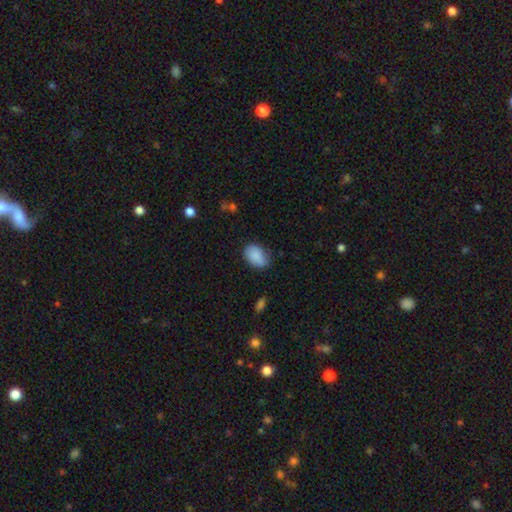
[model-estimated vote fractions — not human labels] smooth 86%, star or artifact 7%, featured or disk 6%. Down the decision tree: how rounded — in between (80%); merging — none (68%).